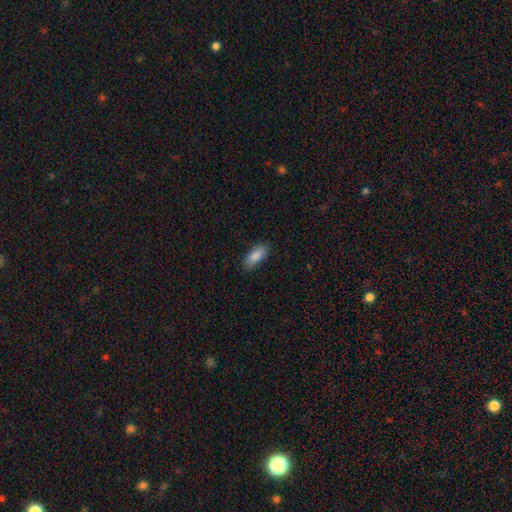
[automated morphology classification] A smooth galaxy with no disk features (88%) that is in between round and cigar-shaped (81%).

Vote fractions:
- Smooth or featured? smooth: 88% / star or artifact: 6% / featured or disk: 6%
- How rounded? in between: 81% / cigar-shaped: 18% / round: 2%
- Merging? none: 87% / minor disturbance: 10% / major disturbance: 2% / merger: 1%